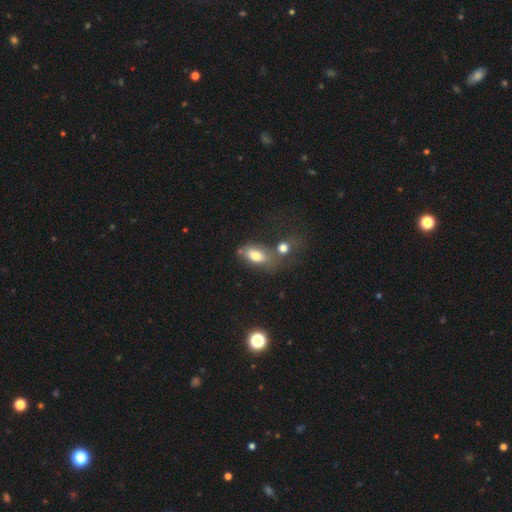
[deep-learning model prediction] Smooth or featured: smooth — 74% (featured or disk — 16%)
How rounded: in between — 87% (round — 8%)
Merging: none — 42% (merger — 33%)